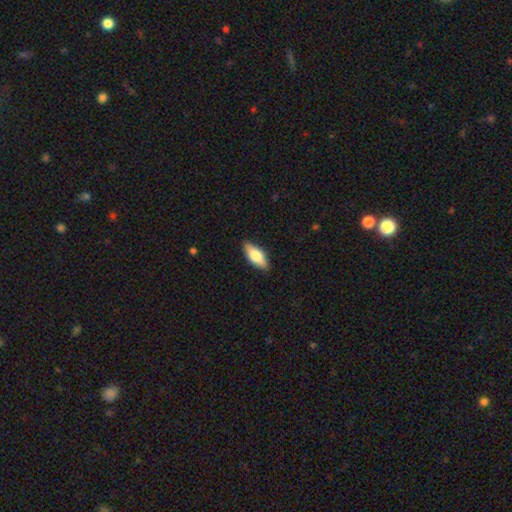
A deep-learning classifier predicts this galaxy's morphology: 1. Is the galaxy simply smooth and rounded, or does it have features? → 69% smooth, 25% featured or disk, 6% star or artifact.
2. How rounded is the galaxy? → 77% in between, 21% cigar-shaped, 3% round.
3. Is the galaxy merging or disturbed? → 87% none, 10% minor disturbance, 2% major disturbance, 1% merger.